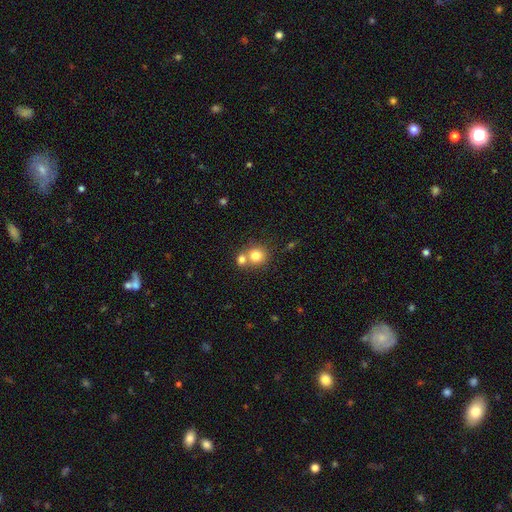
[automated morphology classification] Smooth or featured?
  - smooth: 78% *
  - star or artifact: 11%
  - featured or disk: 11%
How rounded?
  - round: 87% *
  - in between: 12%
  - cigar-shaped: 1%
Merging?
  - none: 49% *
  - merger: 42%
  - minor disturbance: 7%
  - major disturbance: 3%